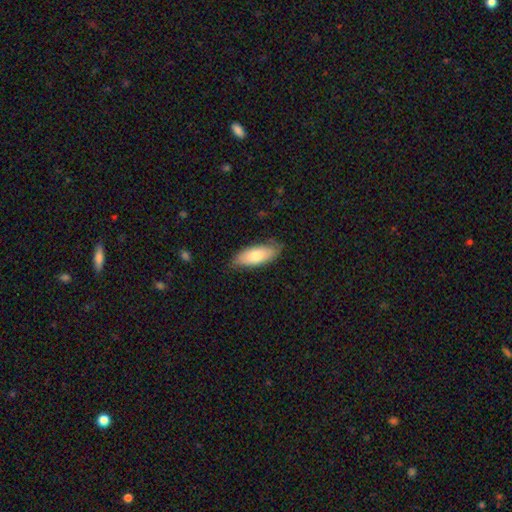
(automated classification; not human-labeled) A smooth galaxy with no disk features (77%) that is in between round and cigar-shaped (78%). Merging: none (76%).